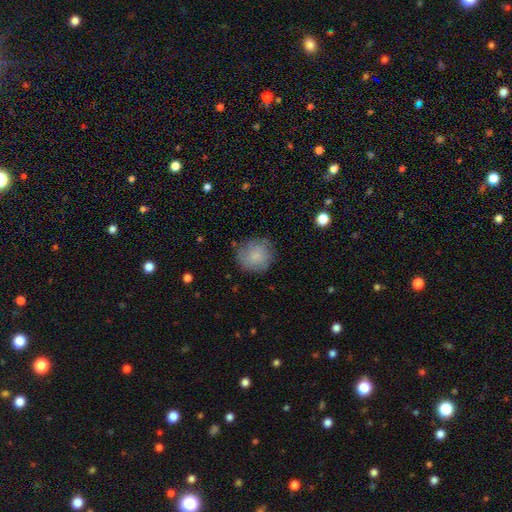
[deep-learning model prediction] smooth_or_featured: smooth (p=0.80) [alt: featured or disk p=0.12]
how_rounded: round (p=0.91) [alt: in between p=0.08]
merging: none (p=0.76) [alt: minor disturbance p=0.18]